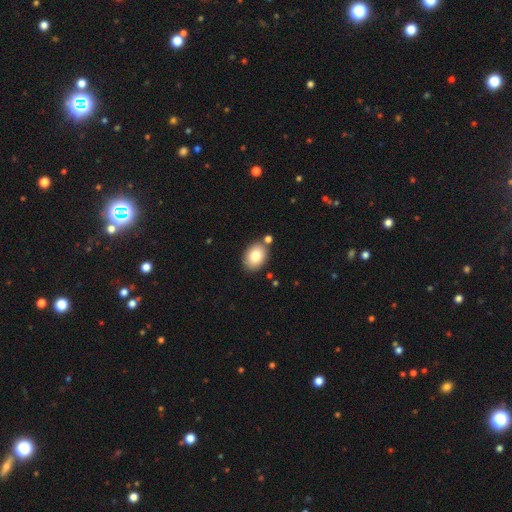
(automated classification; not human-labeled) smooth-or-featured: smooth: 80% | featured or disk: 11% | star or artifact: 8%
  how-rounded: in between: 77% | round: 22% | cigar-shaped: 1%
  merging: none: 78% | minor disturbance: 11% | merger: 8% | major disturbance: 3%